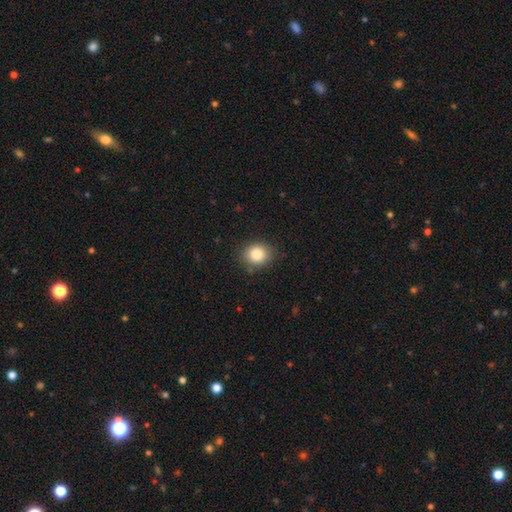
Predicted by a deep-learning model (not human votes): The model was most divided on "how rounded": round: 69%, in between: 30%, cigar-shaped: 1%. More confident: merging — none (84%); smooth or featured — smooth (84%).